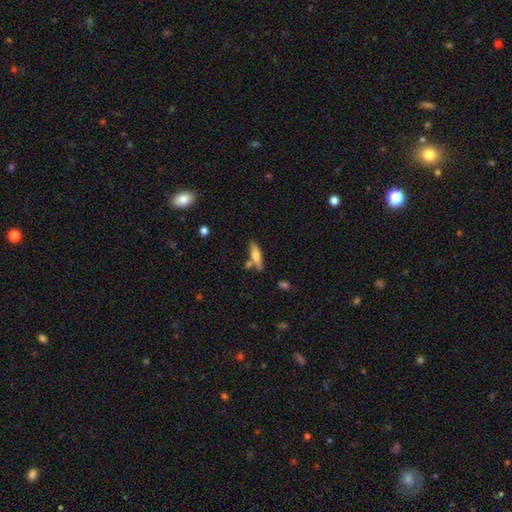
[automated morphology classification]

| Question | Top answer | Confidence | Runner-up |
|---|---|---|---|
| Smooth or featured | smooth | 62% | featured or disk (31%) |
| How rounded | cigar-shaped | 63% | in between (35%) |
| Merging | none | 67% | minor disturbance (16%) |